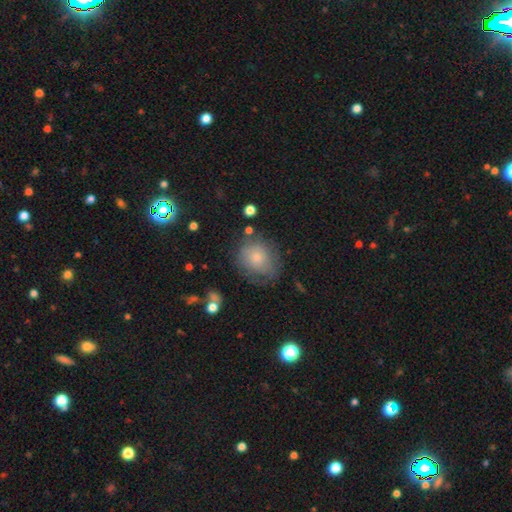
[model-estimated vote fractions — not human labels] Smooth or featured? Predicted: smooth (p=0.68). How rounded? Predicted: round (p=0.68). Merging? Predicted: none (p=0.55).